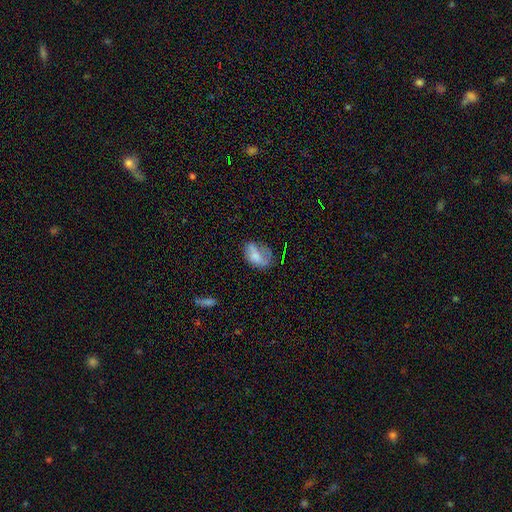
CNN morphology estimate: Smooth or featured?
  - smooth: 63% *
  - featured or disk: 27%
  - star or artifact: 10%
How rounded?
  - in between: 85% *
  - round: 13%
  - cigar-shaped: 2%
Merging?
  - none: 37% *
  - minor disturbance: 31%
  - major disturbance: 27%
  - merger: 5%